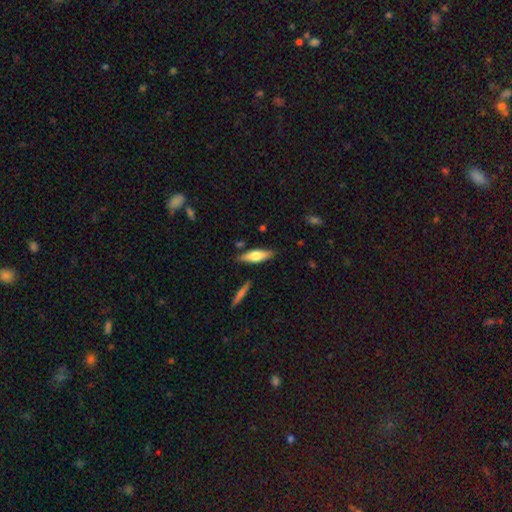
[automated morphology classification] Smooth or featured? Predicted: smooth (p=0.56). How rounded? Predicted: cigar-shaped (p=0.51). Merging? Predicted: none (p=0.81).